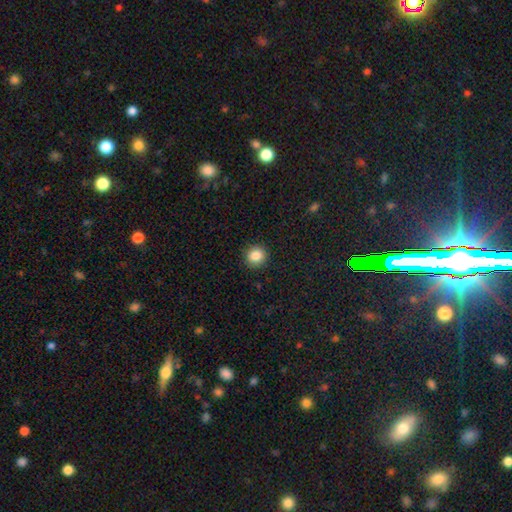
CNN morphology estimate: Smooth or featured: smooth — 85% (star or artifact — 10%)
How rounded: round — 91% (in between — 8%)
Merging: none — 92% (minor disturbance — 5%)